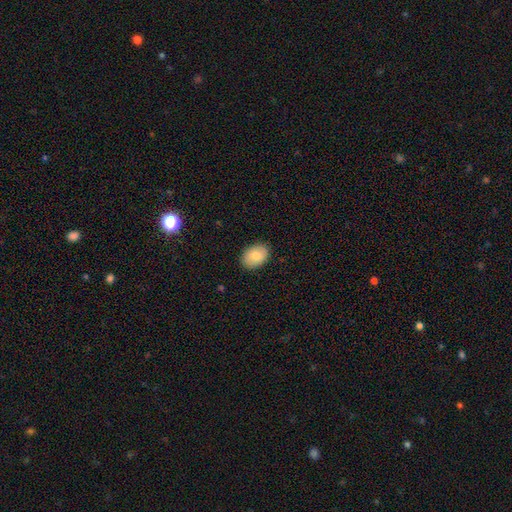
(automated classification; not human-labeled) A smooth galaxy with no disk features (81%) that is in between round and cigar-shaped (78%). Merging: none (88%).